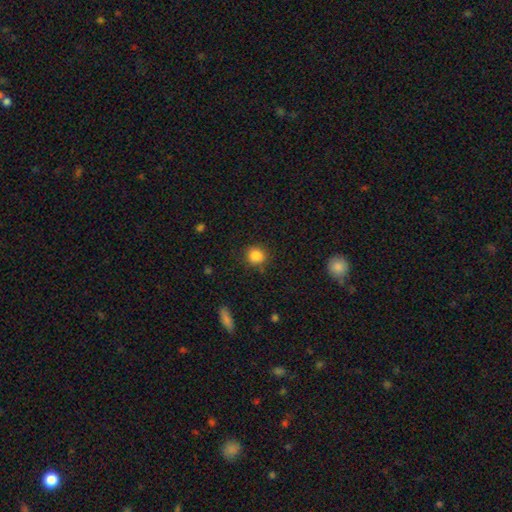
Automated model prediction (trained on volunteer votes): Morphology: type=smooth (86%); roundness=round (82%); merging=none (83%).